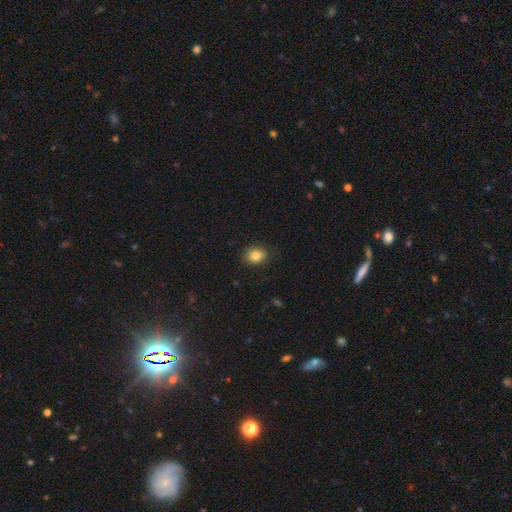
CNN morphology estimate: Q: Smooth or featured?
A: smooth (82%); runner-up: star or artifact (10%)
Q: How rounded?
A: round (55%); runner-up: in between (44%)
Q: Merging?
A: none (85%); runner-up: minor disturbance (11%)